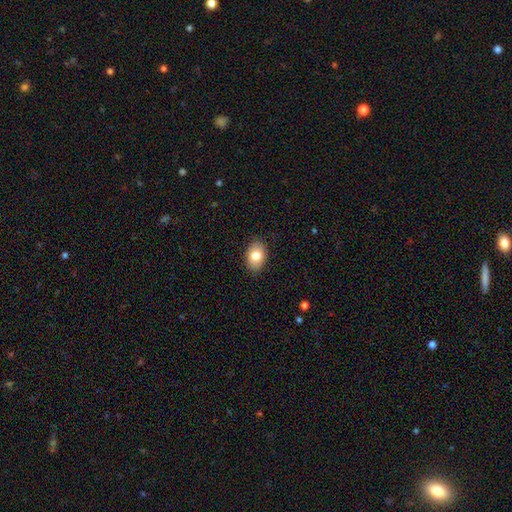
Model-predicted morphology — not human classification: smooth_or_featured: smooth (p=0.81) [alt: featured or disk p=0.11]
how_rounded: in between (p=0.84) [alt: round p=0.15]
merging: none (p=0.88) [alt: minor disturbance p=0.09]